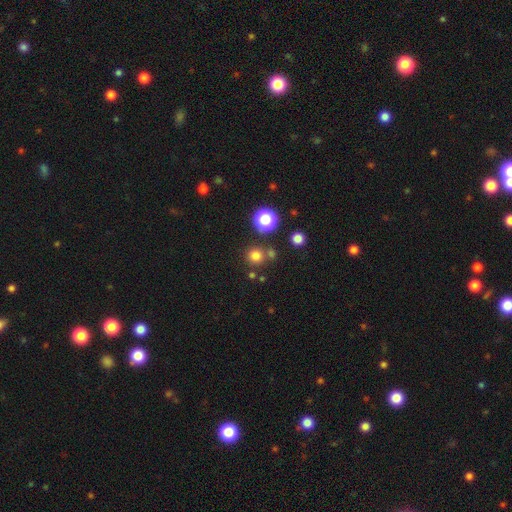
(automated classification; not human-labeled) smooth_or_featured: smooth (p=0.75) [alt: star or artifact p=0.20]
how_rounded: round (p=0.92) [alt: in between p=0.07]
merging: none (p=0.76) [alt: merger p=0.13]